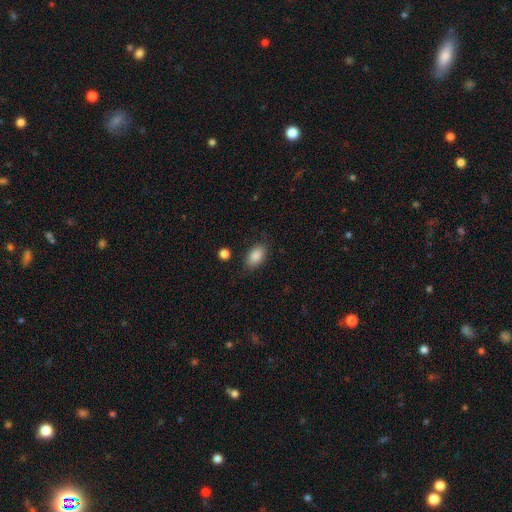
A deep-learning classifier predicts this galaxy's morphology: Smooth or featured?
  - smooth: 87% *
  - star or artifact: 7%
  - featured or disk: 6%
How rounded?
  - in between: 91% *
  - round: 7%
  - cigar-shaped: 3%
Merging?
  - none: 82% *
  - minor disturbance: 13%
  - major disturbance: 4%
  - merger: 2%